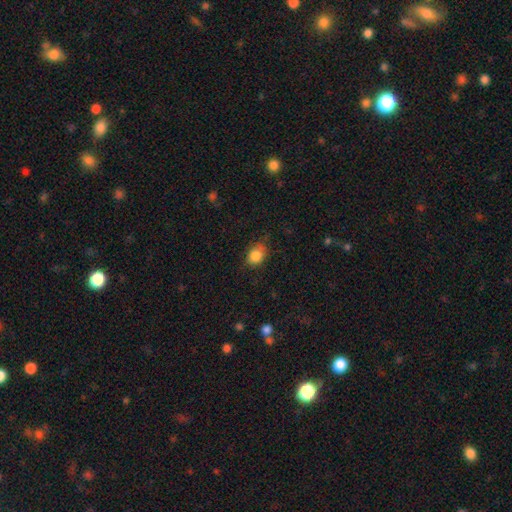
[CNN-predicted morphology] The model was most divided on "how rounded": in between: 53%, round: 45%, cigar-shaped: 1%. More confident: smooth or featured — smooth (85%); merging — none (66%).